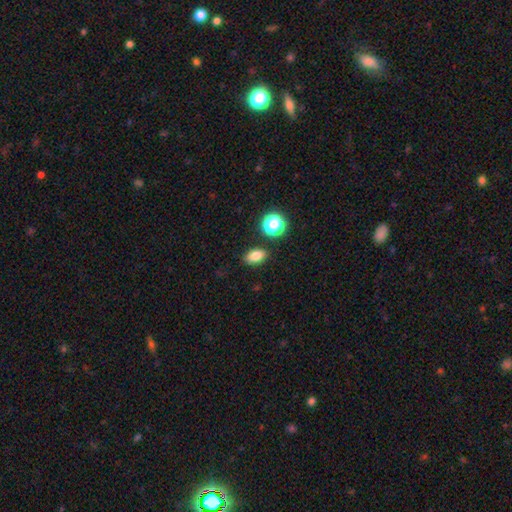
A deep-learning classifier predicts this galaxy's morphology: The model was most divided on "how rounded": in between: 83%, round: 15%, cigar-shaped: 2%. More confident: merging — none (86%); smooth or featured — smooth (81%).